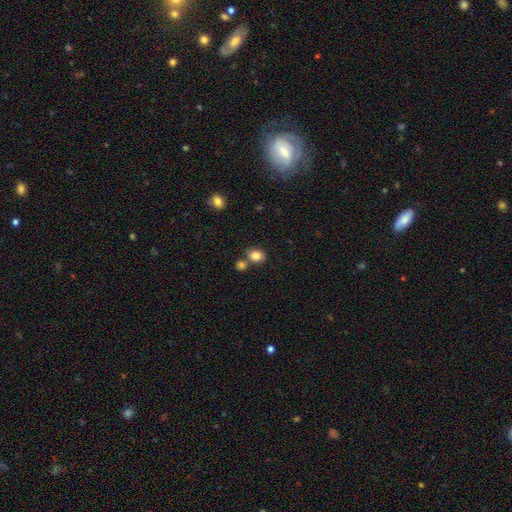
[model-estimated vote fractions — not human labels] smooth-or-featured: smooth: 84% | star or artifact: 10% | featured or disk: 6%
  how-rounded: round: 50% | in between: 49% | cigar-shaped: 1%
  merging: none: 62% | merger: 24% | minor disturbance: 11% | major disturbance: 3%